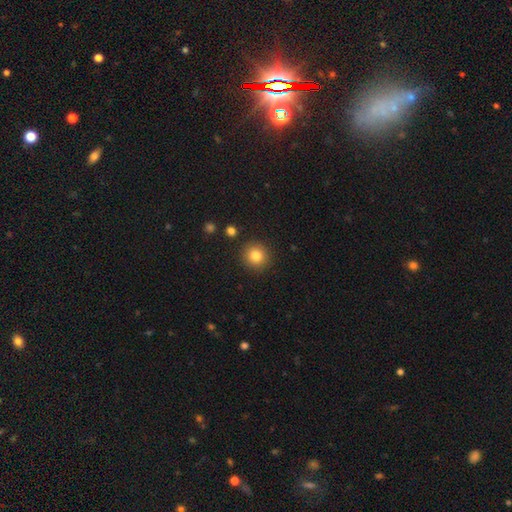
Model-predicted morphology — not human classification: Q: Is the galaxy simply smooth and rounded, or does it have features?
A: smooth — 82%.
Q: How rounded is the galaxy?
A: round — 94%.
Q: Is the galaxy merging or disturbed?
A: none — 91%.